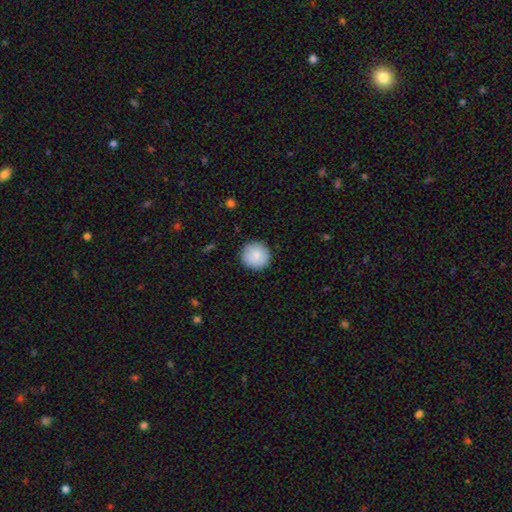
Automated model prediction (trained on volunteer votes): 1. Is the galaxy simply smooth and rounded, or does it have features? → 86% smooth, 7% featured or disk, 7% star or artifact.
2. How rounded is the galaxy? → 95% round, 4% in between, 1% cigar-shaped.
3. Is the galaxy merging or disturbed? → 91% none, 7% minor disturbance, 2% major disturbance, 1% merger.